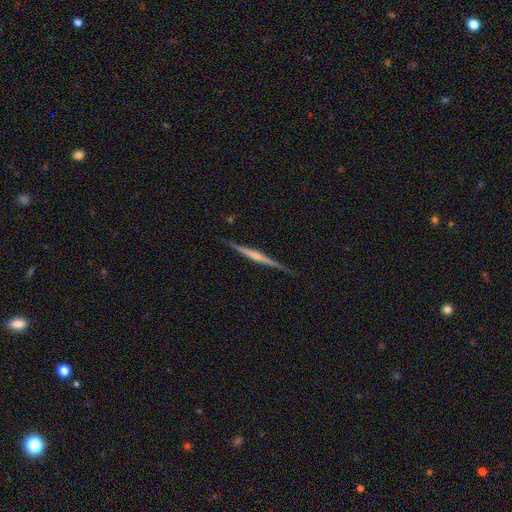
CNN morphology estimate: A featured or disk galaxy (75%) viewed edge-on (98%) with a rounded central bulge (49%).

Vote fractions:
- Smooth or featured? featured or disk: 75% / smooth: 20% / star or artifact: 6%
- Edge-on disk? yes: 98% / no: 2%
- Edge-on bulge? rounded: 49% / none: 34% / boxy: 17%
- Merging? none: 89% / minor disturbance: 8% / major disturbance: 2% / merger: 1%